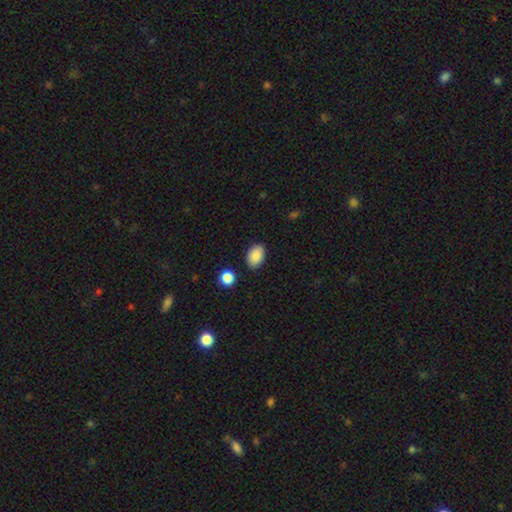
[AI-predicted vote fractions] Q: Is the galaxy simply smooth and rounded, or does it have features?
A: smooth — 89%.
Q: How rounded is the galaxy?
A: in between — 86%.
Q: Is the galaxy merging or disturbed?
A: none — 85%.